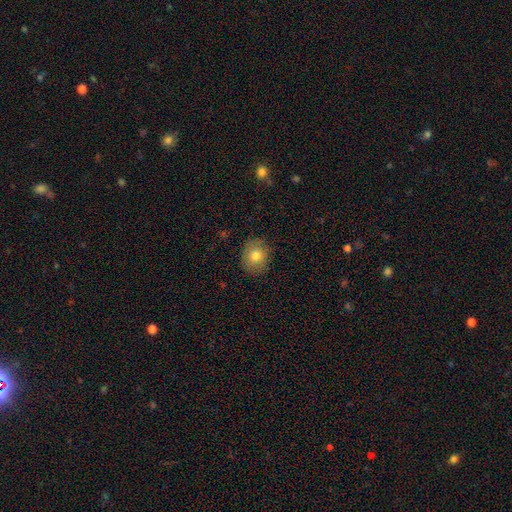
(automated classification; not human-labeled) Overall: smooth (78%). How rounded: round (63%; in between 37%). Merging: none (85%).